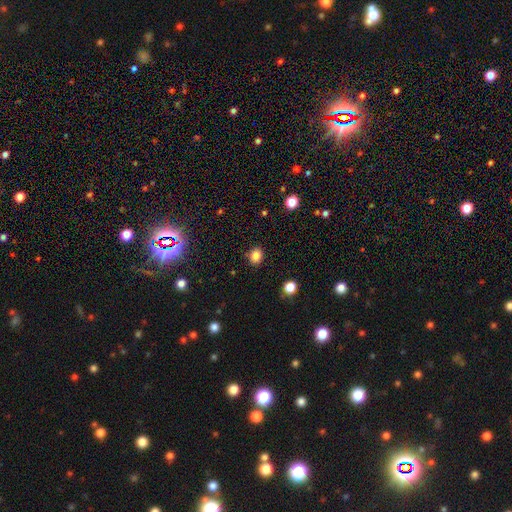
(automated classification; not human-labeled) Smooth or featured? Predicted: smooth (p=0.83). How rounded? Predicted: round (p=0.62). Merging? Predicted: none (p=0.88).